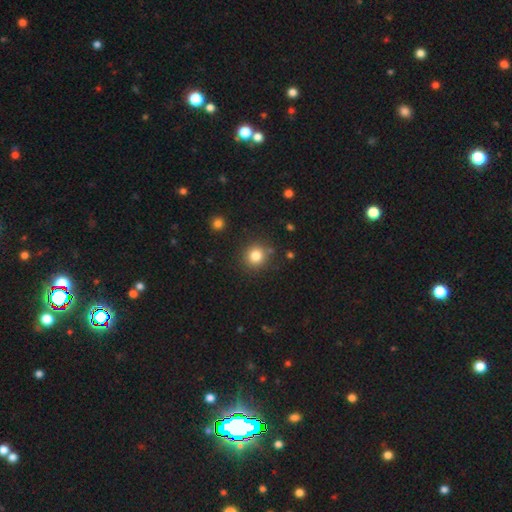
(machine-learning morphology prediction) Smooth or featured? smooth (82%)
How rounded? round (90%)
Merging? none (85%)